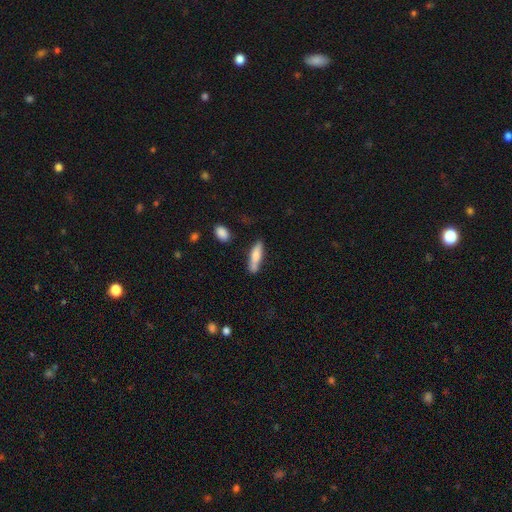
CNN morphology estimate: This appears to be a smooth galaxy with no disk features (70%) that is cigar-shaped (72%). Merging: none (71%).